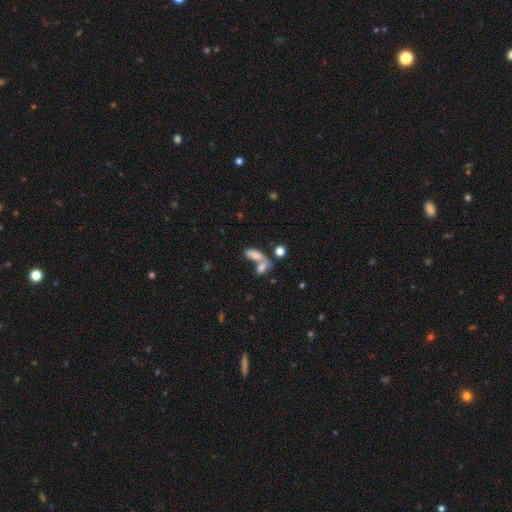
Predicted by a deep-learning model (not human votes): smooth-or-featured: smooth: 76% | featured or disk: 14% | star or artifact: 10%
  how-rounded: in between: 81% | cigar-shaped: 14% | round: 5%
  merging: merger: 55% | none: 29% | minor disturbance: 9% | major disturbance: 7%